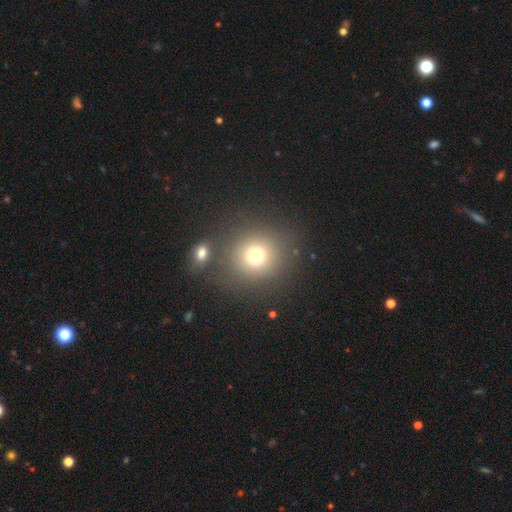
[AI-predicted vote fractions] Morphology: type=smooth (73%); roundness=round (86%); merging=none (77%).